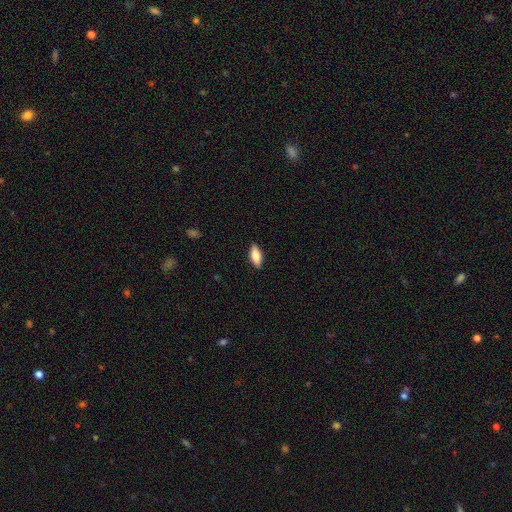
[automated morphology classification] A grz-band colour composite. It shows a smooth galaxy with no disk features (78%) that is in between round and cigar-shaped (77%). Merging: none (88%).